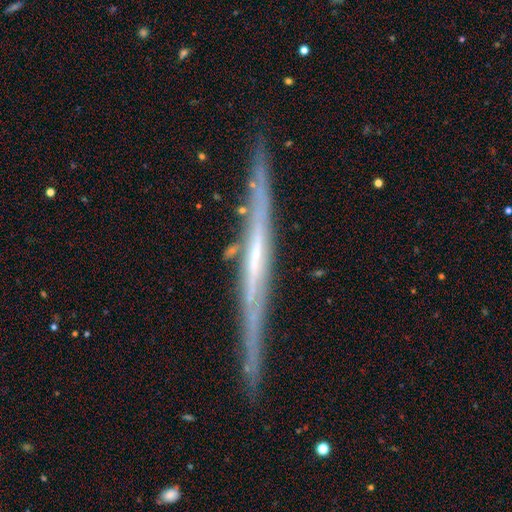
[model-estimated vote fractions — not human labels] This is likely a featured or disk galaxy (77%). It is clearly viewed edge-on (96%). Edge-on bulge: likely none (75%). Merging: clearly none (85%).